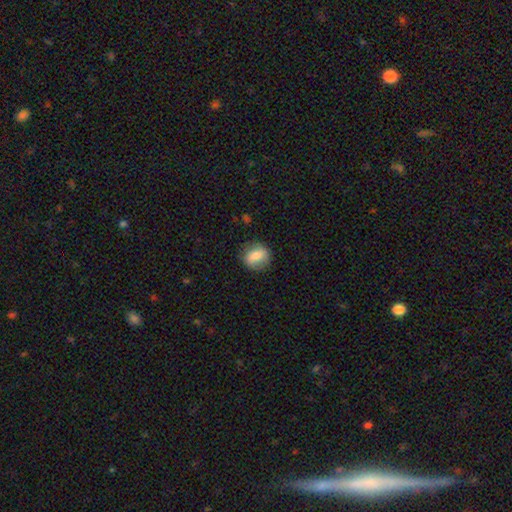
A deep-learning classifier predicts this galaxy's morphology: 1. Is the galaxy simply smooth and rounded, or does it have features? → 76% smooth, 16% featured or disk, 8% star or artifact.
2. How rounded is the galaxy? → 65% round, 34% in between, 2% cigar-shaped.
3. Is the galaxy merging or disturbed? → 82% none, 13% minor disturbance, 4% major disturbance, 1% merger.